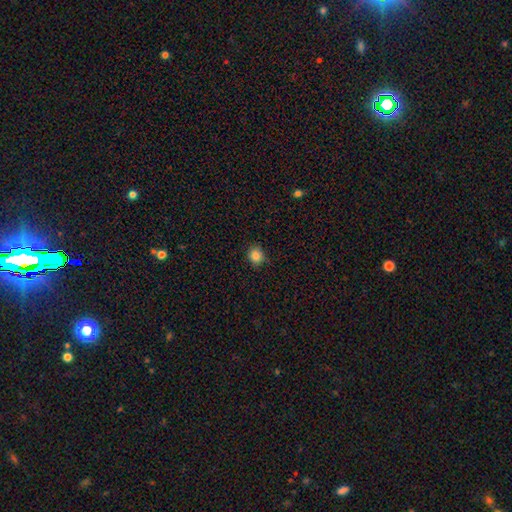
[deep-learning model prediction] The model was most divided on "how rounded": round: 79%, in between: 21%, cigar-shaped: 1%. More confident: merging — none (85%); smooth or featured — smooth (85%).